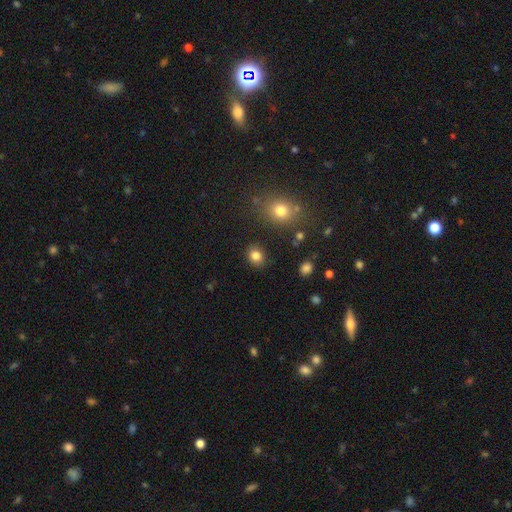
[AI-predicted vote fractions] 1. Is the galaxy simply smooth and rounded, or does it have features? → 83% smooth, 11% star or artifact, 6% featured or disk.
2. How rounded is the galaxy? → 58% round, 41% in between, 1% cigar-shaped.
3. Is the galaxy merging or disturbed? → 87% none, 8% minor disturbance, 3% major disturbance, 3% merger.